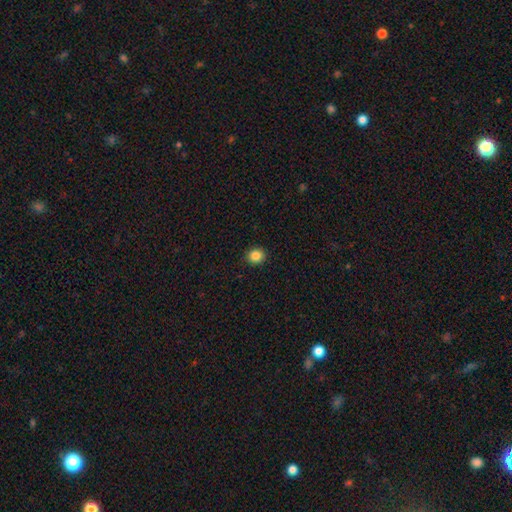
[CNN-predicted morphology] smooth_or_featured: smooth (p=0.86) [alt: star or artifact p=0.10]
how_rounded: round (p=0.81) [alt: in between p=0.18]
merging: none (p=0.92) [alt: minor disturbance p=0.06]